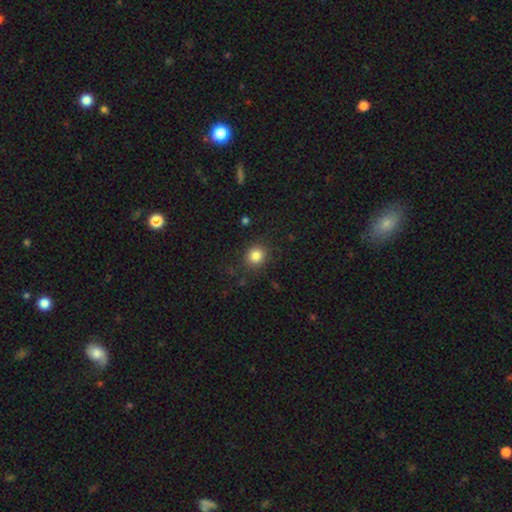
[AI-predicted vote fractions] Q: Smooth or featured?
A: smooth (83%); runner-up: star or artifact (11%)
Q: How rounded?
A: round (83%); runner-up: in between (16%)
Q: Merging?
A: none (87%); runner-up: minor disturbance (9%)